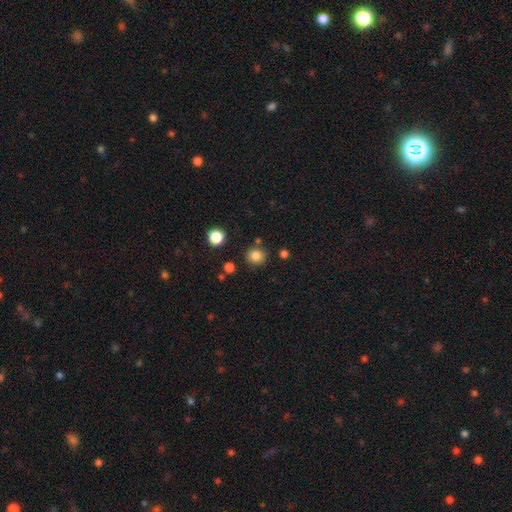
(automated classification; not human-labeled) A smooth galaxy with no disk features (83%) that is round (89%).

Vote fractions:
- Smooth or featured? smooth: 83% / star or artifact: 13% / featured or disk: 5%
- How rounded? round: 89% / in between: 10% / cigar-shaped: 1%
- Merging? none: 85% / minor disturbance: 8% / merger: 4% / major disturbance: 3%